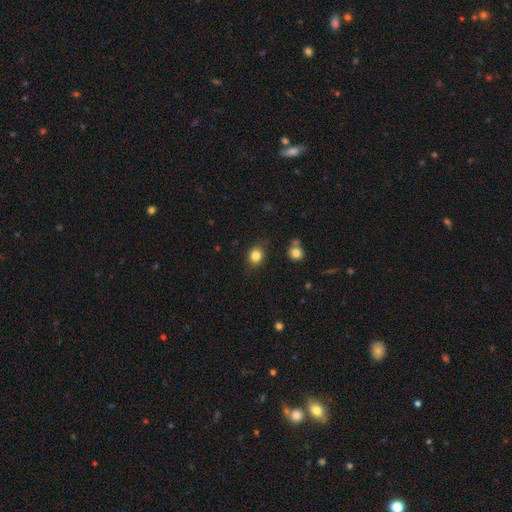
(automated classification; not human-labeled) smooth_or_featured: smooth (p=0.83) [alt: star or artifact p=0.11]
how_rounded: round (p=0.70) [alt: in between p=0.29]
merging: none (p=0.84) [alt: minor disturbance p=0.11]